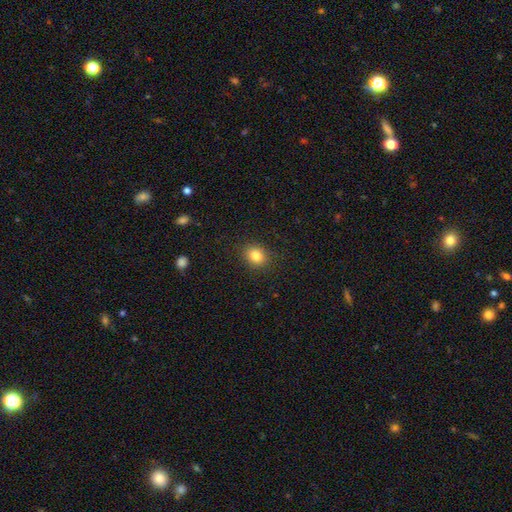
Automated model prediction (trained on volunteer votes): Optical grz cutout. It shows a smooth galaxy with no disk features (83%) that is round (65%). Merging: none (89%).